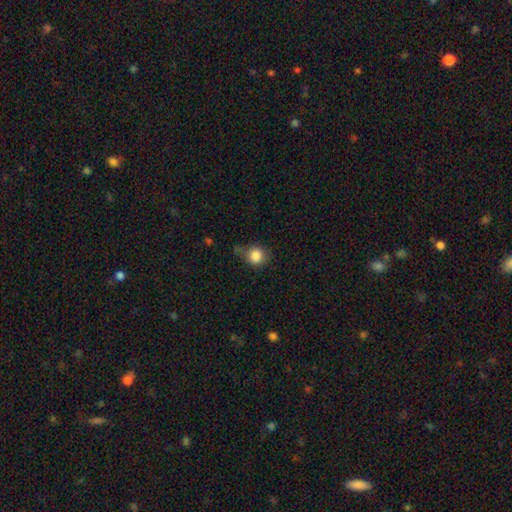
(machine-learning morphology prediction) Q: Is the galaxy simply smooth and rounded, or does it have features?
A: smooth — 84%.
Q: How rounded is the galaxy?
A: round — 81%.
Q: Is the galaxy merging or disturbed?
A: none — 52%.